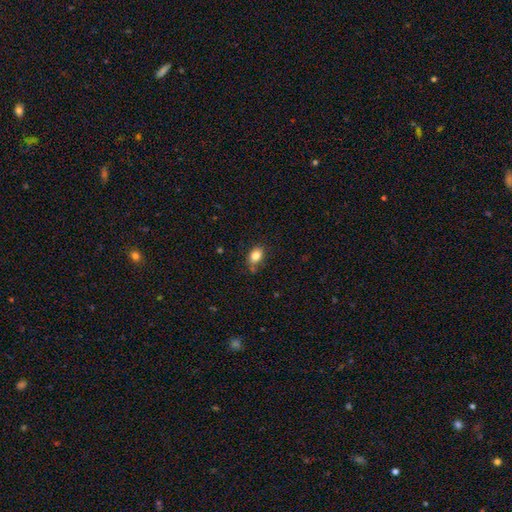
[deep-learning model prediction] This is clearly a smooth galaxy (83%). How rounded: likely in between (72%). Merging: likely none (71%).